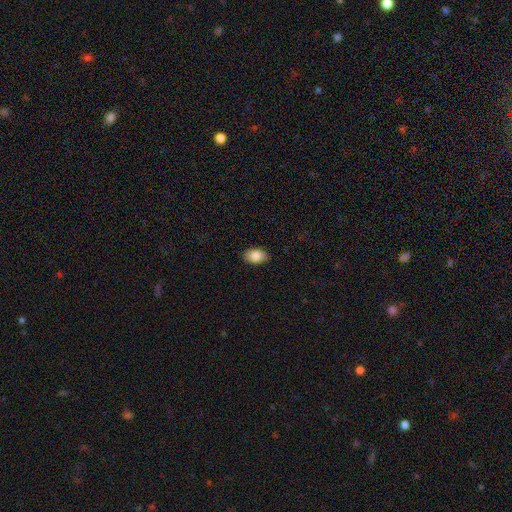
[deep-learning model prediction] Q: Smooth or featured?
A: smooth (86%); runner-up: star or artifact (7%)
Q: How rounded?
A: in between (88%); runner-up: round (11%)
Q: Merging?
A: none (88%); runner-up: minor disturbance (9%)